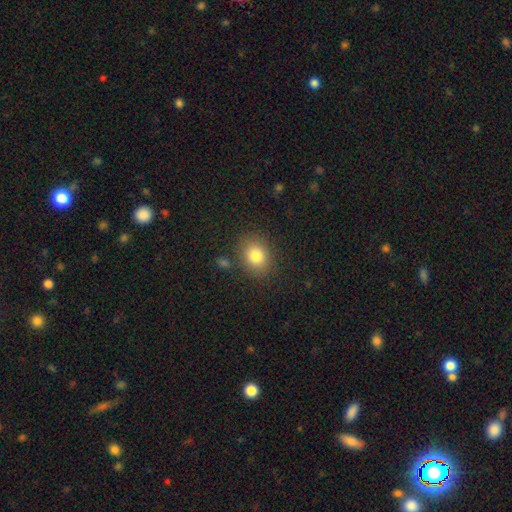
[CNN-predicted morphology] Smooth or featured? smooth (81%)
How rounded? round (54%)
Merging? none (83%)